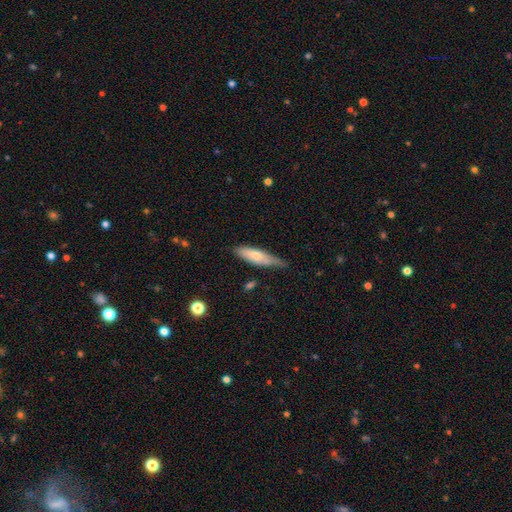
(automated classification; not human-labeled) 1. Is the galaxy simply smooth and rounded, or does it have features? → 66% smooth, 28% featured or disk, 6% star or artifact.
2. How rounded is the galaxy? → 63% cigar-shaped, 35% in between, 2% round.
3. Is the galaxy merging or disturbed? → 55% none, 35% minor disturbance, 7% major disturbance, 3% merger.